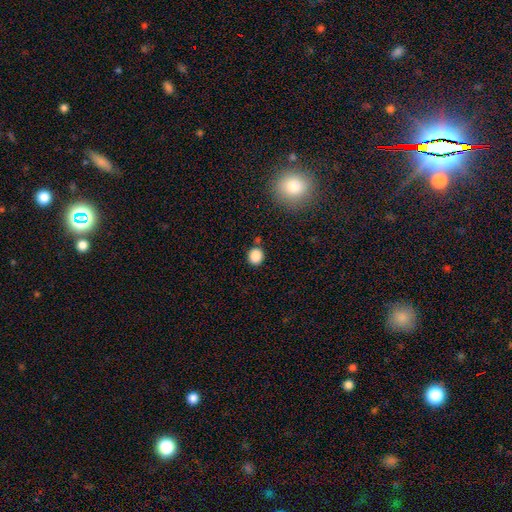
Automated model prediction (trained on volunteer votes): Overall: smooth (86%). How rounded: round (79%). Merging: none (81%).